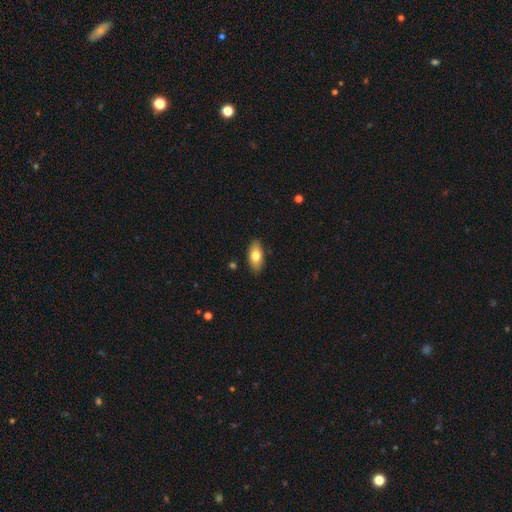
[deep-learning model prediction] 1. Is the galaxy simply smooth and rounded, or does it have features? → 77% smooth, 16% featured or disk, 7% star or artifact.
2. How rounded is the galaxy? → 89% in between, 8% cigar-shaped, 3% round.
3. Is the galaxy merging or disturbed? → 87% none, 10% minor disturbance, 2% major disturbance, 1% merger.